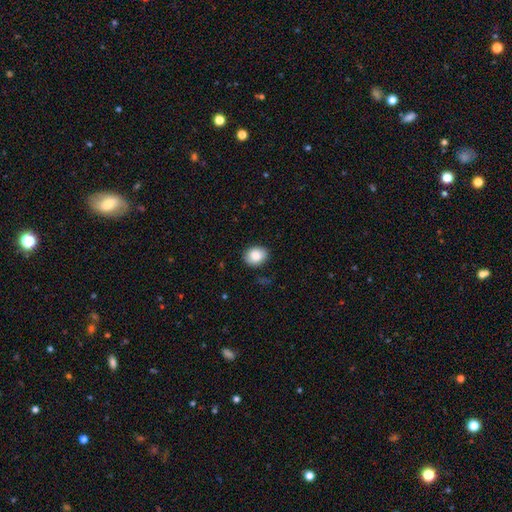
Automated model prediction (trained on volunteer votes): smooth-or-featured: smooth: 85% | star or artifact: 8% | featured or disk: 7%
  how-rounded: in between: 51% | round: 48% | cigar-shaped: 1%
  merging: none: 83% | minor disturbance: 13% | major disturbance: 3% | merger: 1%